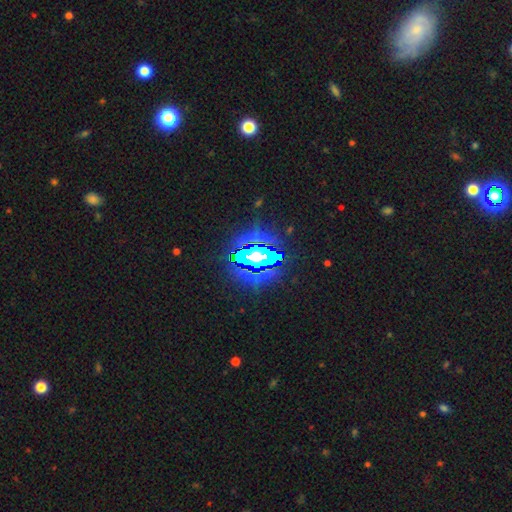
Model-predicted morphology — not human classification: type=star or artifact (66%).